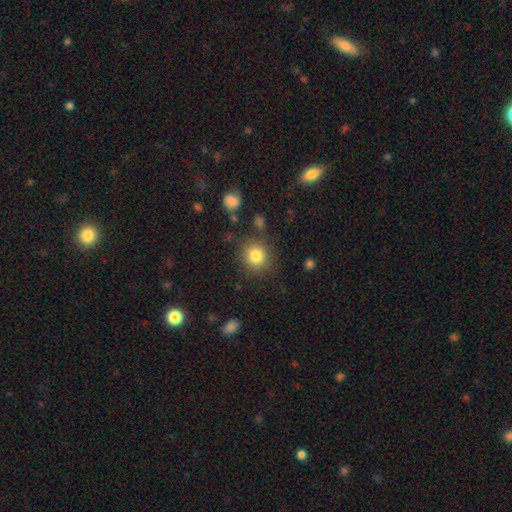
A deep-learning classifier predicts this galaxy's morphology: Smooth or featured?
  - smooth: 82% *
  - star or artifact: 11%
  - featured or disk: 7%
How rounded?
  - round: 88% *
  - in between: 11%
  - cigar-shaped: 1%
Merging?
  - none: 85% *
  - minor disturbance: 9%
  - major disturbance: 4%
  - merger: 3%